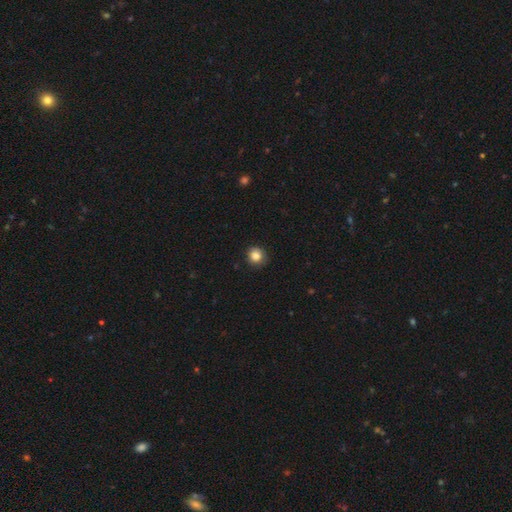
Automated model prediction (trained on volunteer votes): smooth-or-featured: smooth: 86% | star or artifact: 10% | featured or disk: 4%
  how-rounded: round: 89% | in between: 10% | cigar-shaped: 1%
  merging: none: 86% | minor disturbance: 11% | major disturbance: 2% | merger: 1%